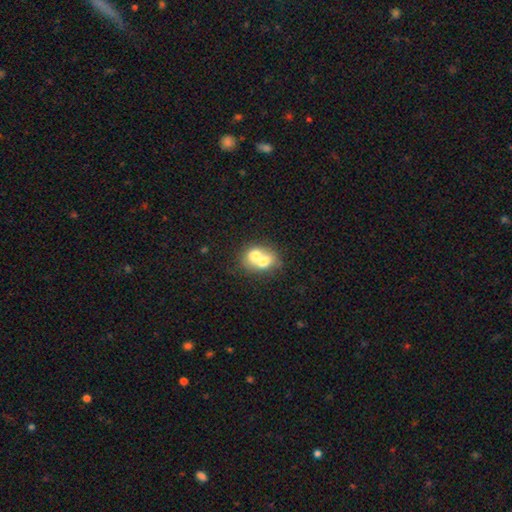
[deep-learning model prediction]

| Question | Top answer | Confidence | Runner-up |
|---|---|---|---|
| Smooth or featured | smooth | 66% | featured or disk (26%) |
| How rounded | round | 54% | in between (45%) |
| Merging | merger | 73% | none (19%) |